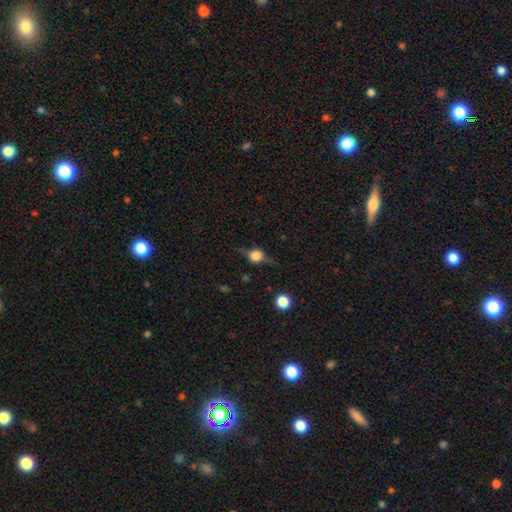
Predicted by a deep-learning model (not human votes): smooth_or_featured: featured or disk (p=0.56) [alt: smooth p=0.32]
disk_edge_on: yes (p=0.92) [alt: no p=0.08]
edge_on_bulge: rounded (p=0.92) [alt: boxy p=0.07]
merging: none (p=0.72) [alt: minor disturbance p=0.19]